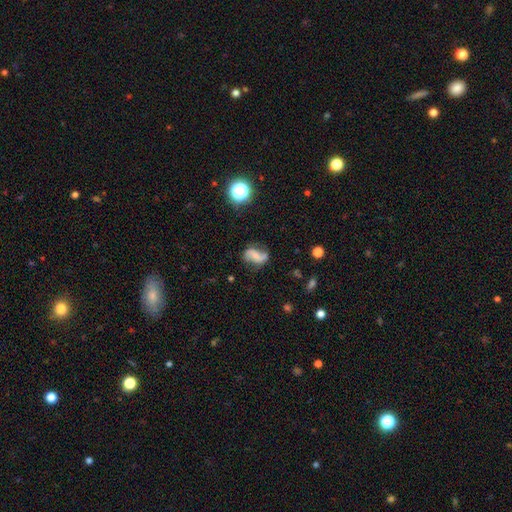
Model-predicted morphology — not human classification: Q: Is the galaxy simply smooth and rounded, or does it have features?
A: featured or disk — 58%.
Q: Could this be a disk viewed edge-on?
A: no — 95%.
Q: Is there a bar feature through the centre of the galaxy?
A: no — 42%.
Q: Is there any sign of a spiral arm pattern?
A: yes — 87%.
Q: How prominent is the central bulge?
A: small — 44%.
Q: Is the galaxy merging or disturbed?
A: none — 61%.